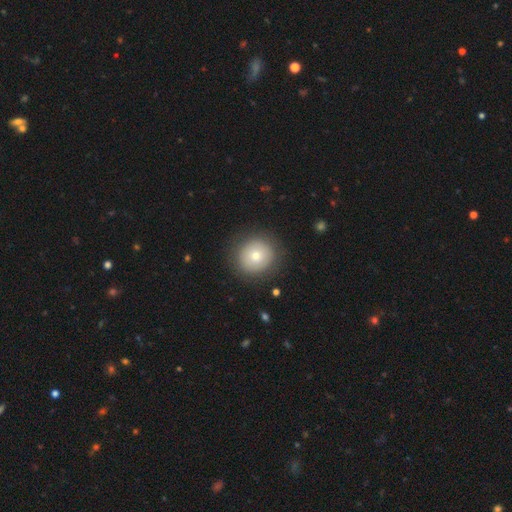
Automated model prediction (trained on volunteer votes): smooth-or-featured: smooth: 71% | featured or disk: 20% | star or artifact: 10%
  how-rounded: round: 89% | in between: 11% | cigar-shaped: 1%
  merging: none: 86% | minor disturbance: 9% | major disturbance: 4% | merger: 1%